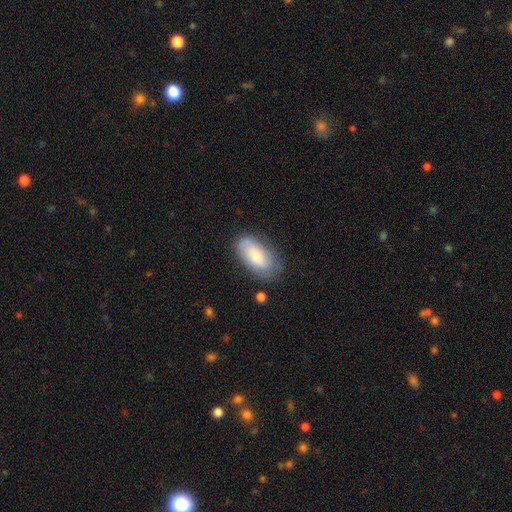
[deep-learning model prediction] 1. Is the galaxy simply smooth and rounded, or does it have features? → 71% smooth, 23% featured or disk, 7% star or artifact.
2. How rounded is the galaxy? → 91% in between, 6% cigar-shaped, 3% round.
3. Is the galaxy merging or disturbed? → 70% none, 22% minor disturbance, 6% major disturbance, 2% merger.